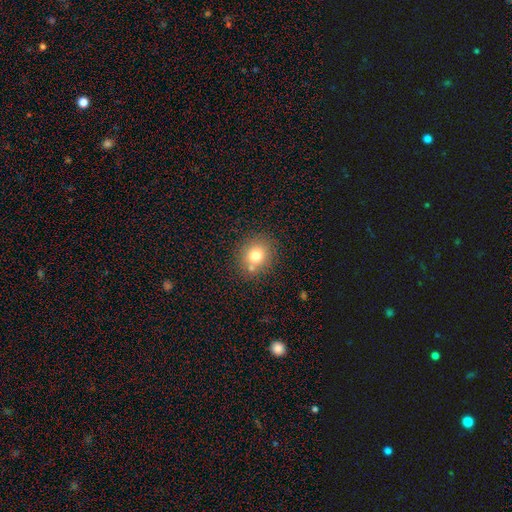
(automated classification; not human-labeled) A smooth galaxy with no disk features (75%) that is round (76%).

Vote fractions:
- Smooth or featured? smooth: 75% / star or artifact: 13% / featured or disk: 12%
- How rounded? round: 76% / in between: 23% / cigar-shaped: 1%
- Merging? none: 73% / minor disturbance: 12% / merger: 11% / major disturbance: 4%